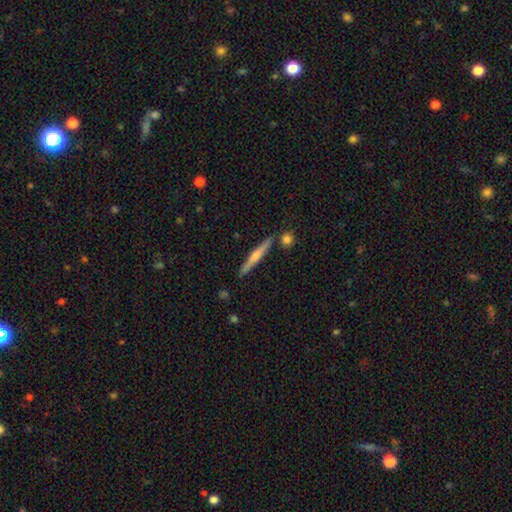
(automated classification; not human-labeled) Smooth or featured?
  - featured or disk: 67% *
  - smooth: 27%
  - star or artifact: 6%
Edge-on disk?
  - yes: 98% *
  - no: 2%
Edge-on bulge?
  - rounded: 79% *
  - none: 15%
  - boxy: 6%
Merging?
  - none: 87% *
  - minor disturbance: 7%
  - merger: 4%
  - major disturbance: 2%